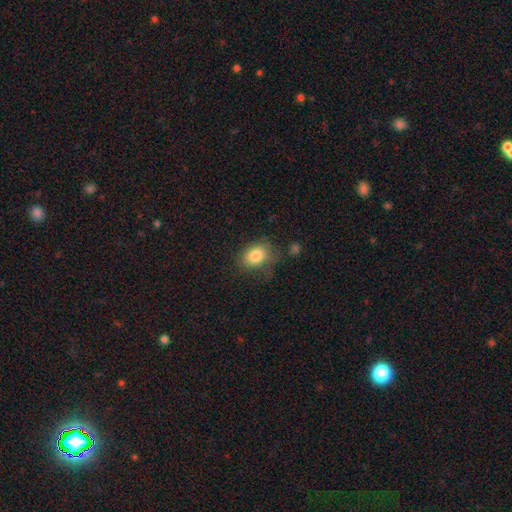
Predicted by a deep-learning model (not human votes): This is clearly a smooth galaxy (83%). How rounded: likely in between (73%). Merging: likely none (65%).